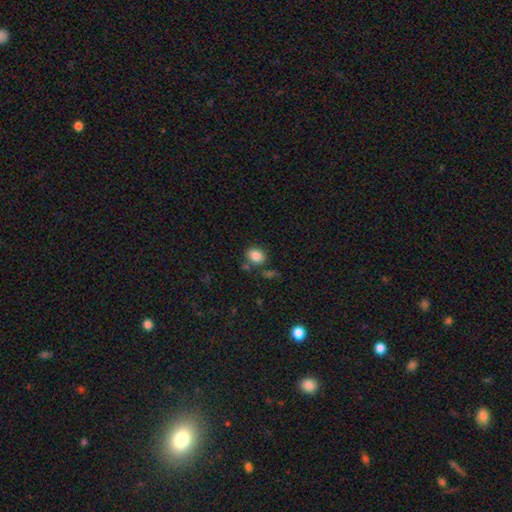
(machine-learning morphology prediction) A smooth galaxy with no disk features (85%) that is in between round and cigar-shaped (59%). Merging: none (72%).